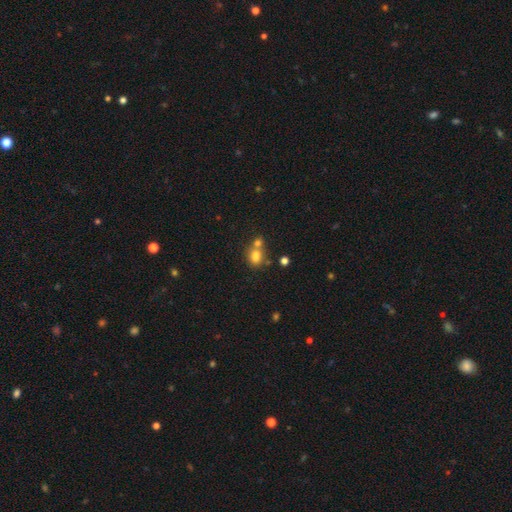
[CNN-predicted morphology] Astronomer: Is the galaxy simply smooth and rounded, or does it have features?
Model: smooth — 77%.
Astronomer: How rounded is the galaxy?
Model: in between — 54% (runner-up: round, 45%).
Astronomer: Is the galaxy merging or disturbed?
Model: merger — 45% (runner-up: none, 40%).